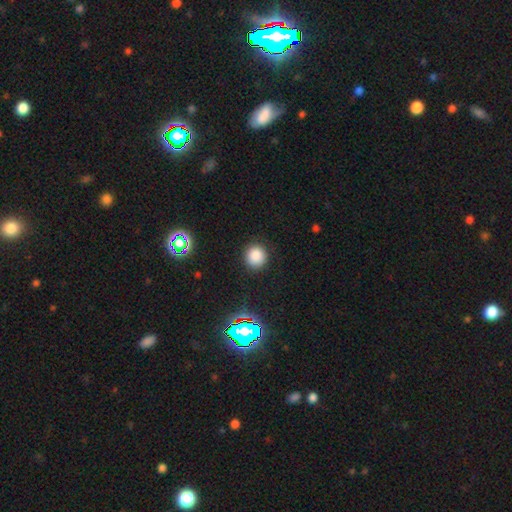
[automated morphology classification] A smooth galaxy with no disk features (83%) that is round (91%).

Vote fractions:
- Smooth or featured? smooth: 83% / star or artifact: 13% / featured or disk: 4%
- How rounded? round: 91% / in between: 8% / cigar-shaped: 1%
- Merging? none: 90% / minor disturbance: 7% / major disturbance: 2% / merger: 1%